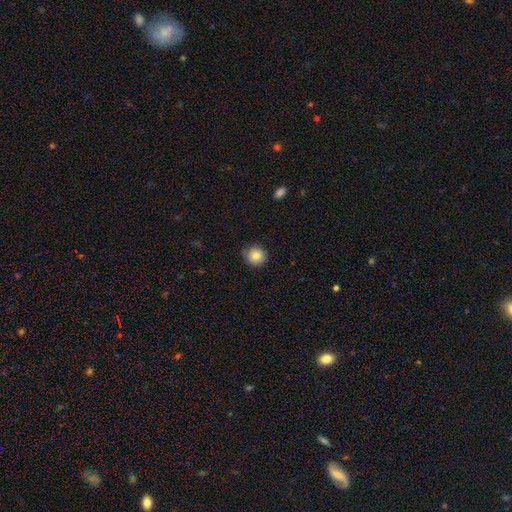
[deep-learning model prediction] A smooth galaxy with no disk features (82%) that is round (90%). Merging: none (81%).